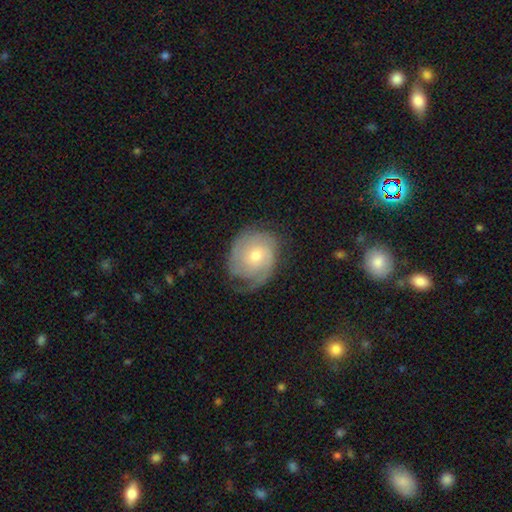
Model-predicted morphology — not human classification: A featured or disk galaxy (72%) with no bar (73%), 2 (37%) tight (59%) spiral arms (92%) and a moderate central bulge (54%). Merging: none (62%).